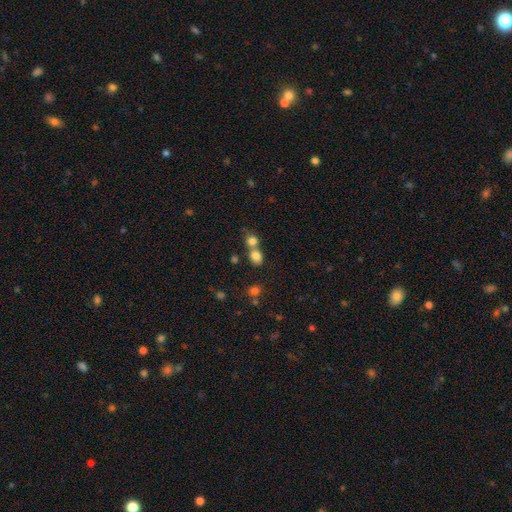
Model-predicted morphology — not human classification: Smooth or featured?
  - smooth: 79% *
  - star or artifact: 12%
  - featured or disk: 9%
How rounded?
  - round: 56% *
  - in between: 42%
  - cigar-shaped: 1%
Merging?
  - merger: 53% *
  - none: 37%
  - minor disturbance: 7%
  - major disturbance: 3%